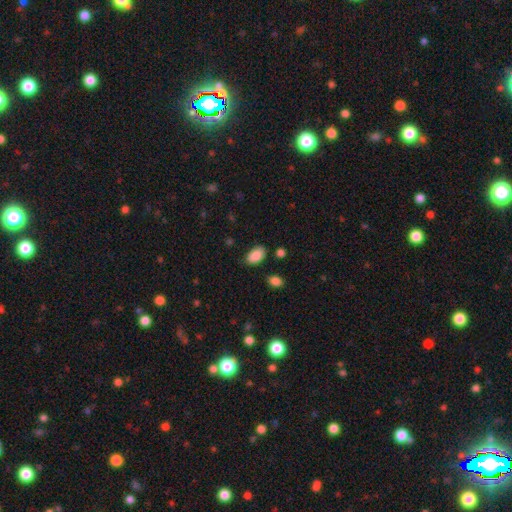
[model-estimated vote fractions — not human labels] A smooth galaxy with no disk features (88%) that is in between round and cigar-shaped (94%).

Vote fractions:
- Smooth or featured? smooth: 88% / star or artifact: 7% / featured or disk: 4%
- How rounded? in between: 94% / round: 5% / cigar-shaped: 1%
- Merging? none: 80% / minor disturbance: 14% / major disturbance: 3% / merger: 3%